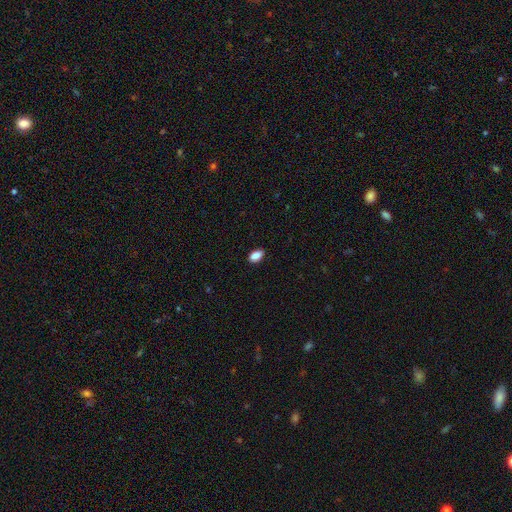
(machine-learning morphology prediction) Smooth or featured: smooth — 89% (star or artifact — 8%)
How rounded: in between — 92% (round — 6%)
Merging: none — 86% (minor disturbance — 11%)